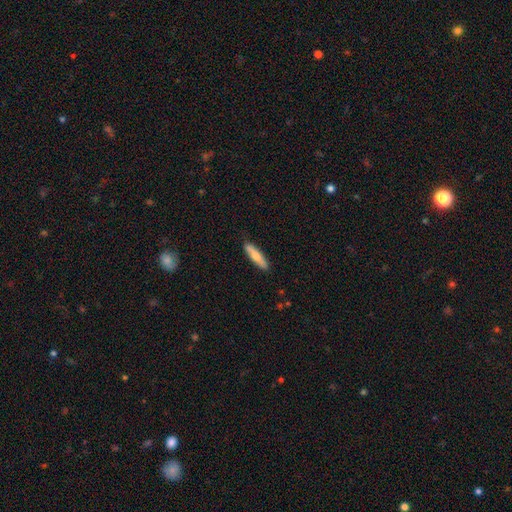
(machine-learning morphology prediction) Smooth or featured: smooth — 68% (featured or disk — 27%)
How rounded: cigar-shaped — 79% (in between — 20%)
Merging: none — 87% (minor disturbance — 10%)